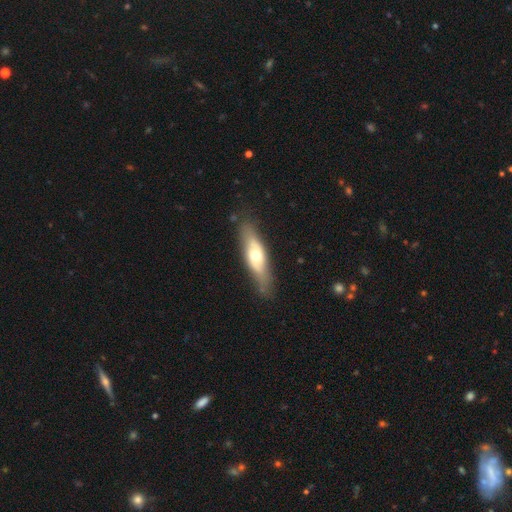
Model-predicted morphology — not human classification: Smooth or featured? smooth (48%)
Merging? none (74%)